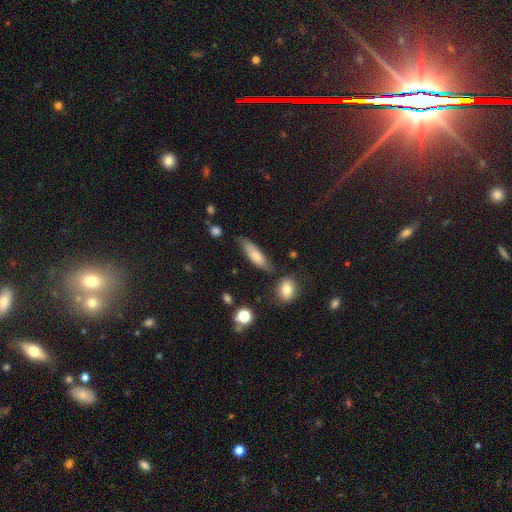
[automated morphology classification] The model was most divided on "how rounded": cigar-shaped: 54%, in between: 44%, round: 2%. More confident: smooth or featured — smooth (74%); merging — none (66%).